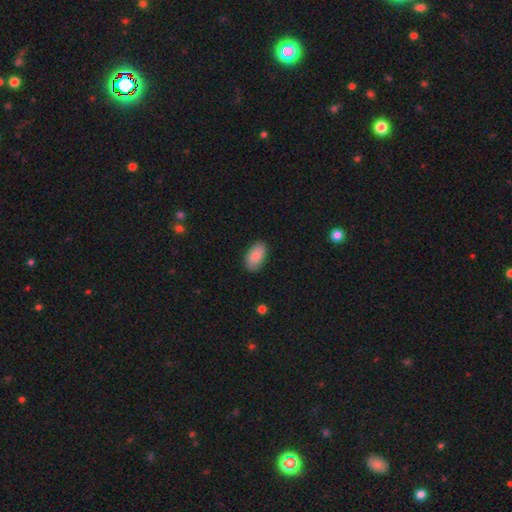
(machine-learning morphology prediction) A smooth galaxy with no disk features (86%) that is in between round and cigar-shaped (95%). Merging: none (87%).